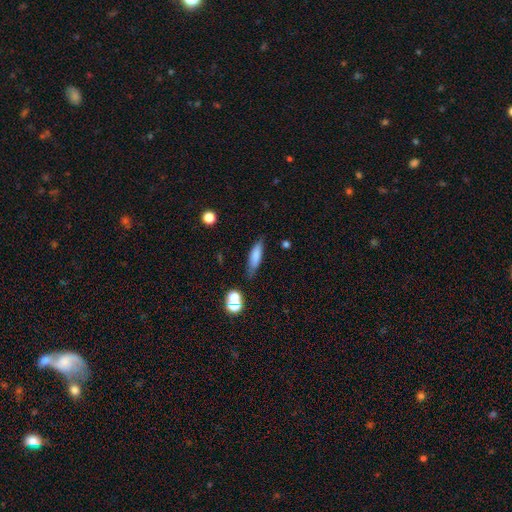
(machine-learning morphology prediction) This appears to be a smooth galaxy with no disk features (78%) that is cigar-shaped (58%). Merging: none (73%).